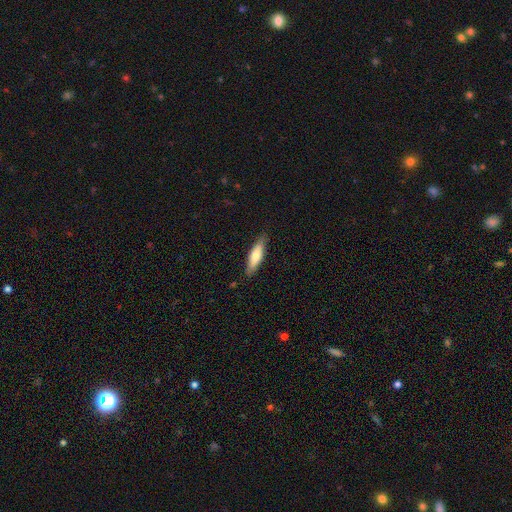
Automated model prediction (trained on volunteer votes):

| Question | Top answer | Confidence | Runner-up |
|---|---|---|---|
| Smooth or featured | smooth | 68% | featured or disk (27%) |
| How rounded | cigar-shaped | 66% | in between (32%) |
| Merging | none | 86% | minor disturbance (11%) |